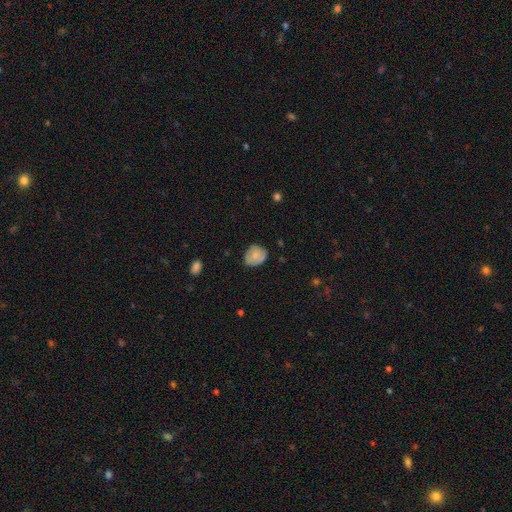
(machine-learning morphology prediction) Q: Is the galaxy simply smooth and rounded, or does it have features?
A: smooth — 73%.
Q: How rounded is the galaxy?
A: round — 62%.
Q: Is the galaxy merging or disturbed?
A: none — 69%.